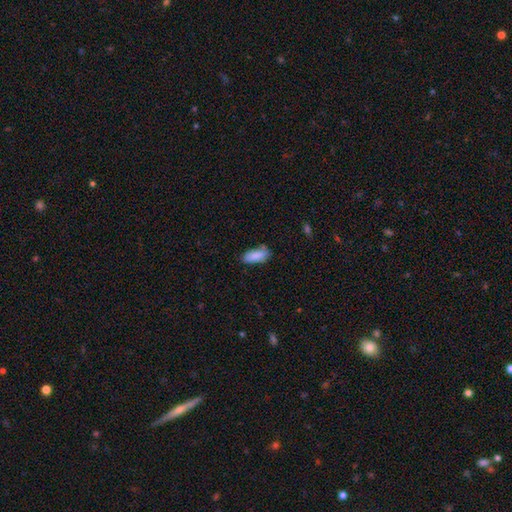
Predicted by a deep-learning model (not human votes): This appears to be a smooth galaxy with no disk features (86%) that is in between round and cigar-shaped (76%). Merging: none (65%).